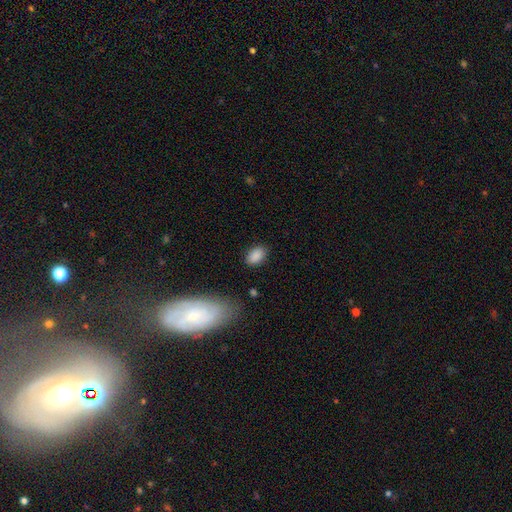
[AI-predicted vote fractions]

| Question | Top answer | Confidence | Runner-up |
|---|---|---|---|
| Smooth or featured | smooth | 87% | star or artifact (8%) |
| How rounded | in between | 89% | round (9%) |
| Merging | none | 83% | minor disturbance (11%) |